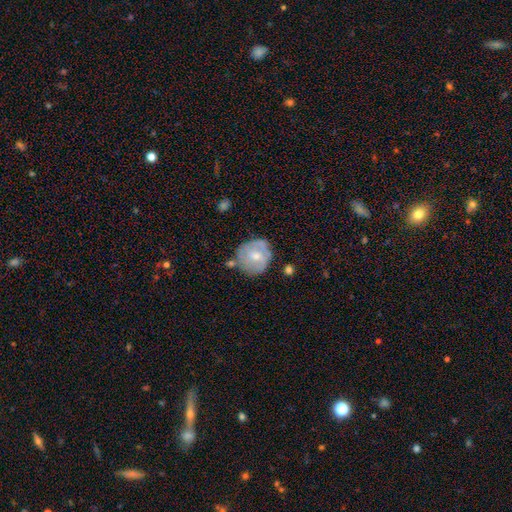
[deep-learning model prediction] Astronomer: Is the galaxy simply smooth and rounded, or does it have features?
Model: featured or disk — 49% (runner-up: smooth, 45%).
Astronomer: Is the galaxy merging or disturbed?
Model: none — 59%.